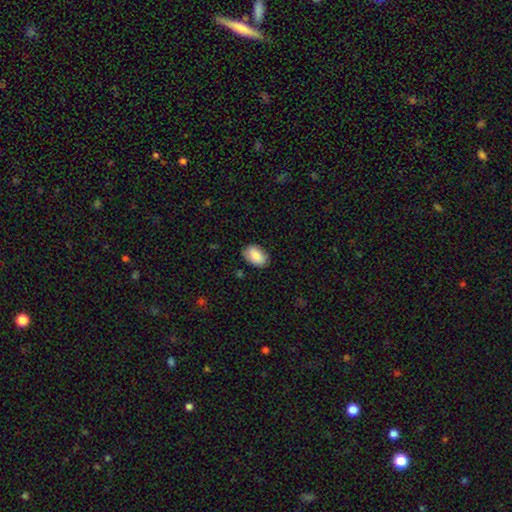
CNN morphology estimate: A smooth galaxy with no disk features (85%) that is in between round and cigar-shaped (89%). Merging: none (81%).